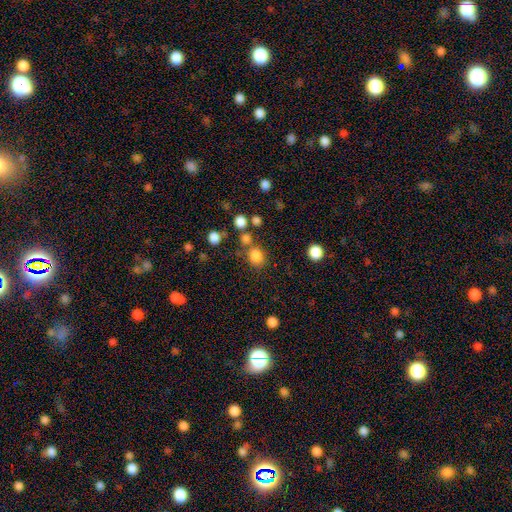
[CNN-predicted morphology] smooth 81%, star or artifact 14%, featured or disk 5%. Down the decision tree: how rounded — round (74%); merging — none (69%).